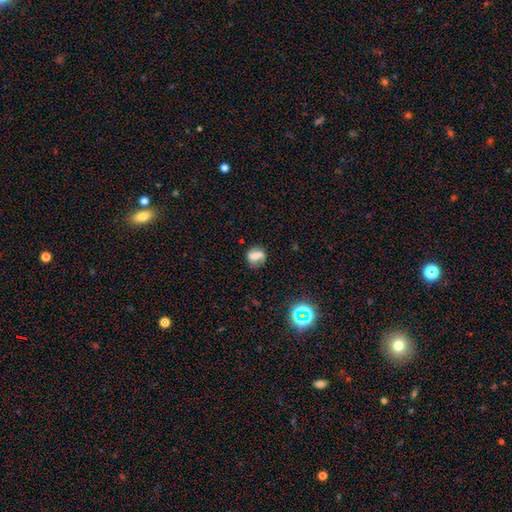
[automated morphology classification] Smooth or featured? Predicted: smooth (p=0.63). How rounded? Predicted: round (p=0.51). Merging? Predicted: none (p=0.59).